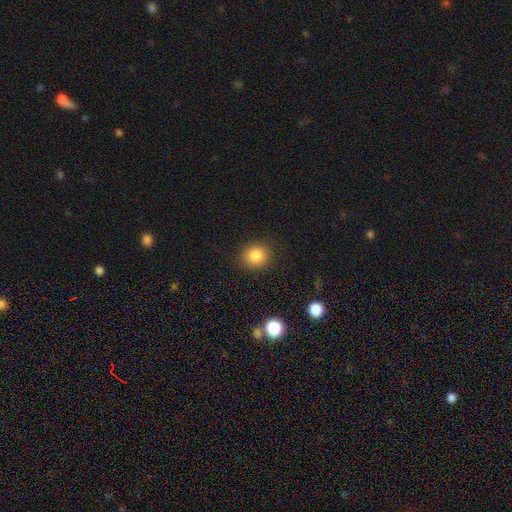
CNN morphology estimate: smooth_or_featured: smooth (p=0.84) [alt: star or artifact p=0.11]
how_rounded: round (p=0.84) [alt: in between p=0.15]
merging: none (p=0.89) [alt: minor disturbance p=0.08]